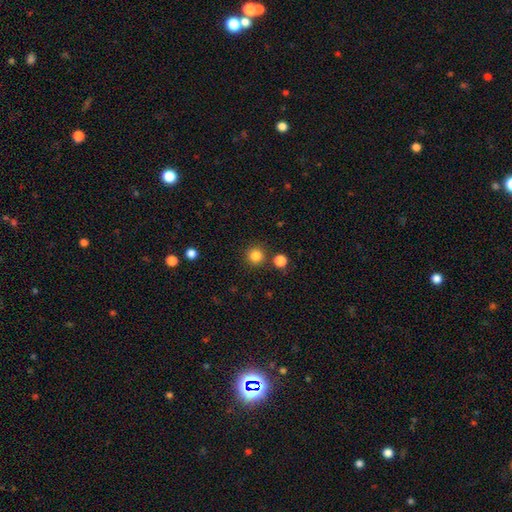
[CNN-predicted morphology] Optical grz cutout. It shows a smooth galaxy with no disk features (84%) that is round (95%). Merging: none (85%).